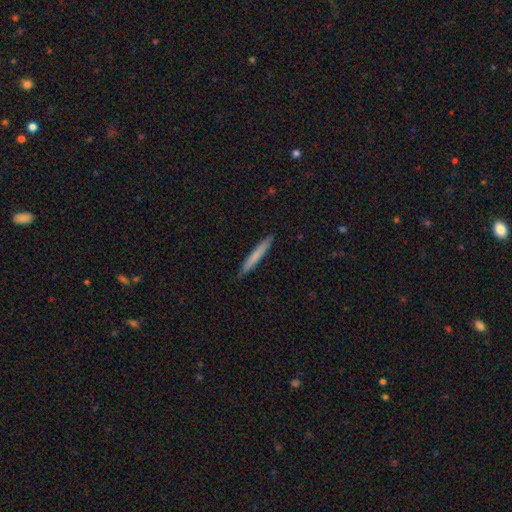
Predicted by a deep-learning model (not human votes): Smooth or featured? smooth (71%)
How rounded? cigar-shaped (96%)
Merging? none (90%)